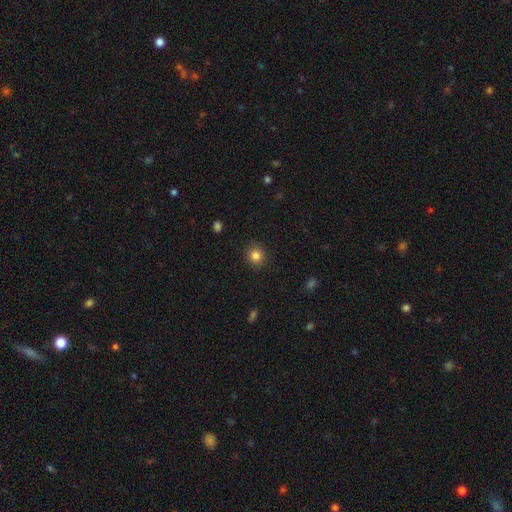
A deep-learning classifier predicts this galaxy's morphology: smooth_or_featured: smooth (p=0.83) [alt: star or artifact p=0.11]
how_rounded: round (p=0.88) [alt: in between p=0.11]
merging: none (p=0.90) [alt: minor disturbance p=0.07]